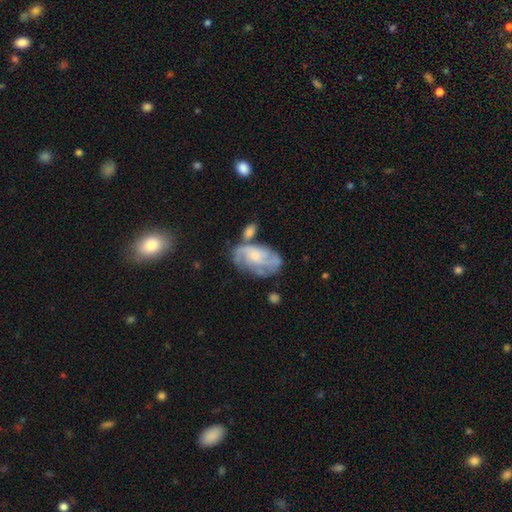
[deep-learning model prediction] This is likely a featured or disk galaxy (74%). It is clearly not viewed edge-on (96%). Bar: likely no (70%). Spiral arm pattern: clearly yes (88%). Spiral arm count: marginally can't tell (32%). Spiral winding: marginally medium (43%). Central bulge: likely small (62%). Merging: possibly none (48%).